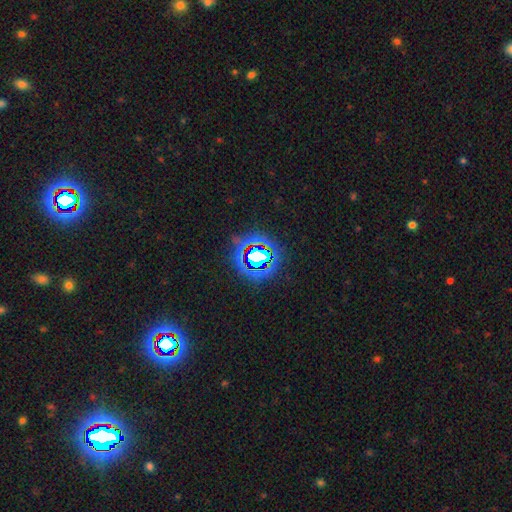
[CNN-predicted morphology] Smooth or featured: star or artifact — 72% (smooth — 16%)